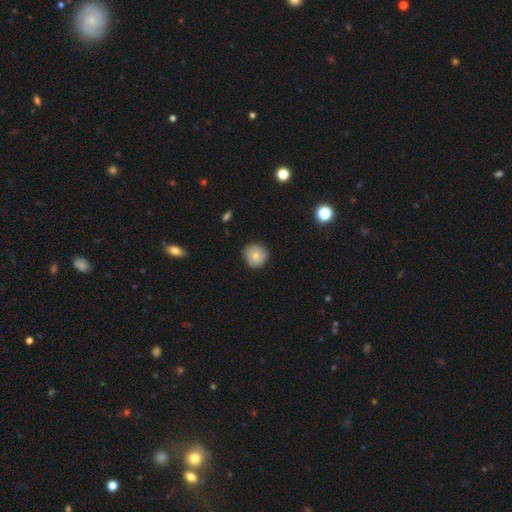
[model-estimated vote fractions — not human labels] smooth 78%, featured or disk 14%, star or artifact 9%. Down the decision tree: how rounded — round (92%); merging — none (84%).